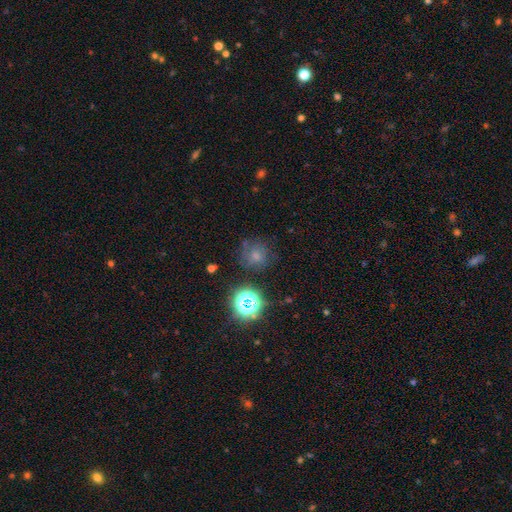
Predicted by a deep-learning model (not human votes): smooth-or-featured: smooth: 61% | star or artifact: 27% | featured or disk: 12%
  how-rounded: round: 88% | in between: 11% | cigar-shaped: 1%
  merging: none: 69% | minor disturbance: 18% | major disturbance: 9% | merger: 4%